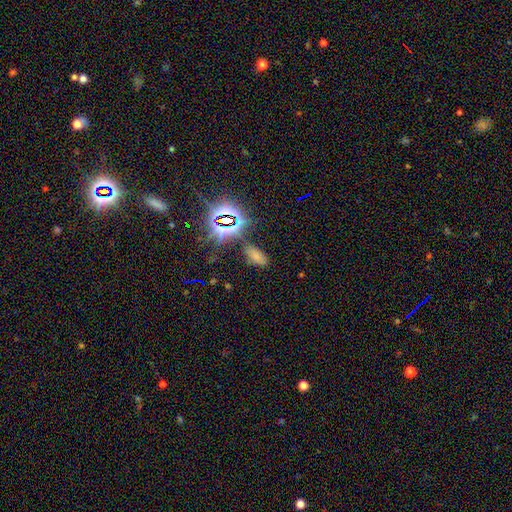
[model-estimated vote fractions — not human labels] smooth 58%, star or artifact 34%, featured or disk 8%. Down the decision tree: how rounded — in between (86%); merging — none (73%).